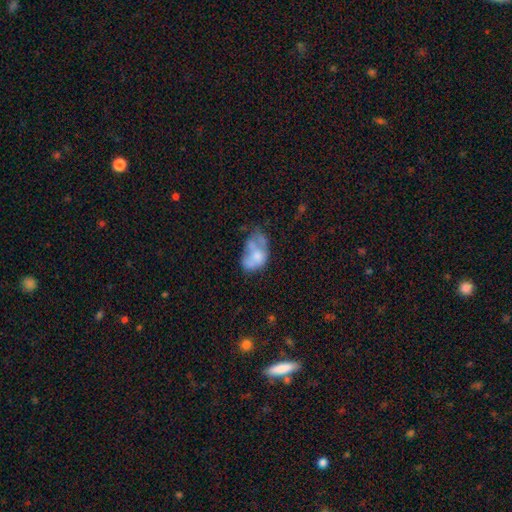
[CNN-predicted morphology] This appears to be a smooth galaxy with no disk features (53%) that is in between round and cigar-shaped (84%). Merging: major disturbance (27%, tied with merger).